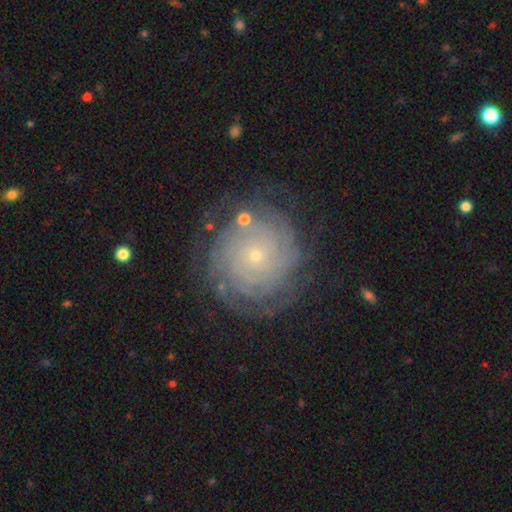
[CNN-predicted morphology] Overall: featured or disk (82%). Edge-on disk: no (98%). Bar: no (85%). Spiral arms: yes (95%). Spiral arm count: can't tell (36%; more than 4 18%). Spiral winding: tight (87%). Bulge size: small (86%). Merging: none (77%).